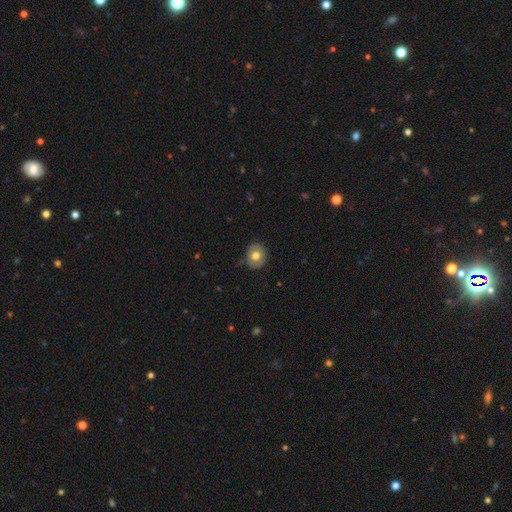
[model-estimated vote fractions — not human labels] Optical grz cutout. It shows a smooth galaxy with no disk features (67%) that is round (63%). Merging: none (80%).